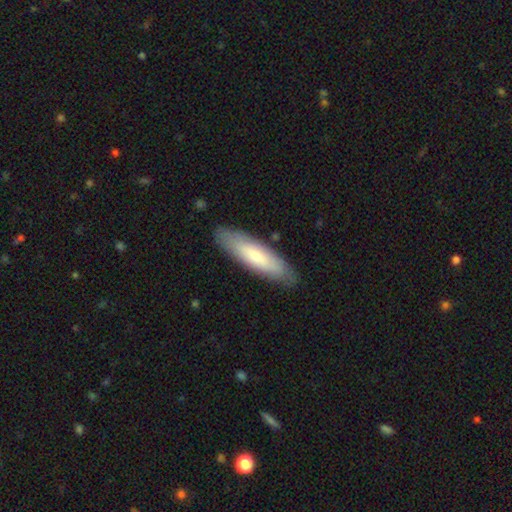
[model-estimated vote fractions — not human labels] Q: Smooth or featured?
A: smooth (66%); runner-up: featured or disk (29%)
Q: How rounded?
A: cigar-shaped (61%); runner-up: in between (37%)
Q: Merging?
A: none (86%); runner-up: minor disturbance (11%)